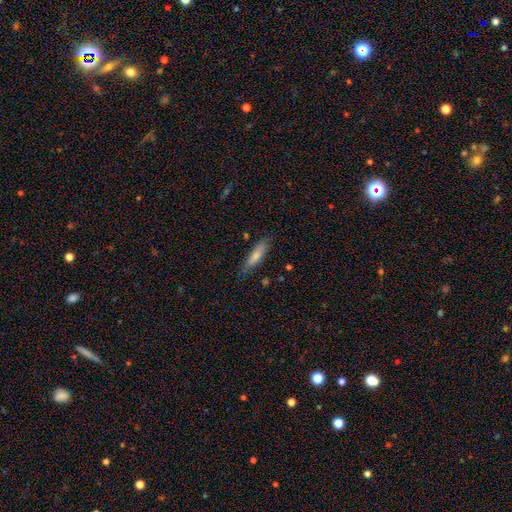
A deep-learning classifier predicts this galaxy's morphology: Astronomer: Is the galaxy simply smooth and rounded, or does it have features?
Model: smooth — 63%.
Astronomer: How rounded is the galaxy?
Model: cigar-shaped — 73%.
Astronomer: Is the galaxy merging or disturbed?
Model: none — 78%.